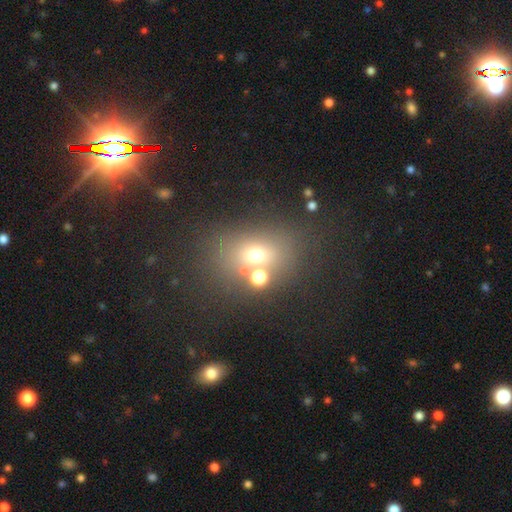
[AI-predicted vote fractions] Overall: smooth (62%). How rounded: in between (52%; round 47%). Merging: none (59%; merger 22%).